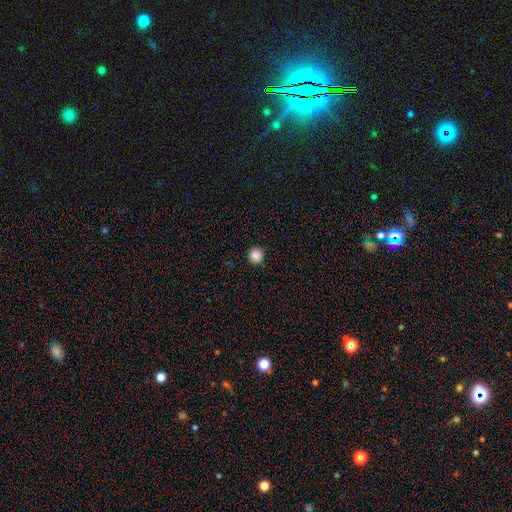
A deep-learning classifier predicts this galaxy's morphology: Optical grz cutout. It shows a smooth galaxy with no disk features (86%) that is round (95%). Merging: none (92%).